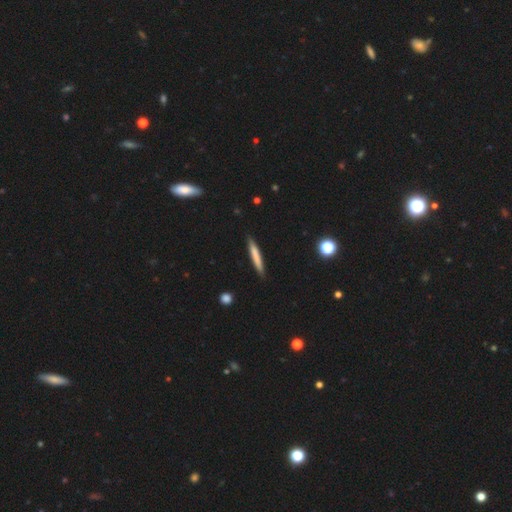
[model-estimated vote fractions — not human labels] A smooth galaxy with no disk features (72%) that is cigar-shaped (95%). Merging: none (89%).